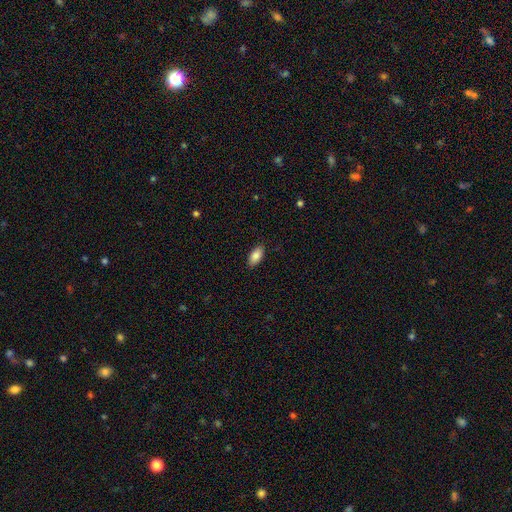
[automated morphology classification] Smooth or featured? Predicted: smooth (p=0.87). How rounded? Predicted: in between (p=0.92). Merging? Predicted: none (p=0.88).